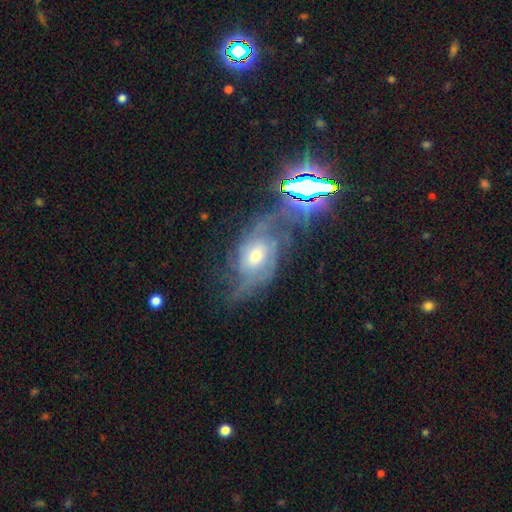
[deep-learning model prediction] Smooth or featured? Predicted: featured or disk (p=0.71). Edge-on disk? Predicted: no (p=0.93). Bar? Predicted: no (p=0.63). Spiral arms? Predicted: yes (p=0.89). Spiral winding? Predicted: medium (p=0.39, tied with loose). Spiral arm count? Predicted: 2 (p=0.46). Bulge size? Predicted: moderate (p=0.60). Merging? Predicted: none (p=0.41).